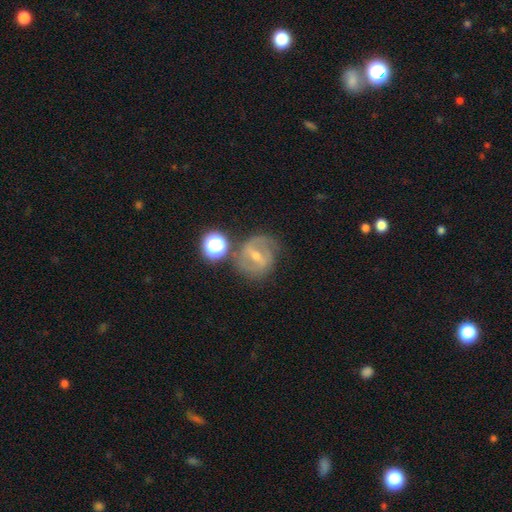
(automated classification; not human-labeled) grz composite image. It shows a featured or disk galaxy (74%) with a strong bar (49%), 2 (77%) medium (48%) spiral arms (87%) and a moderate central bulge (48%). Merging: none (68%).